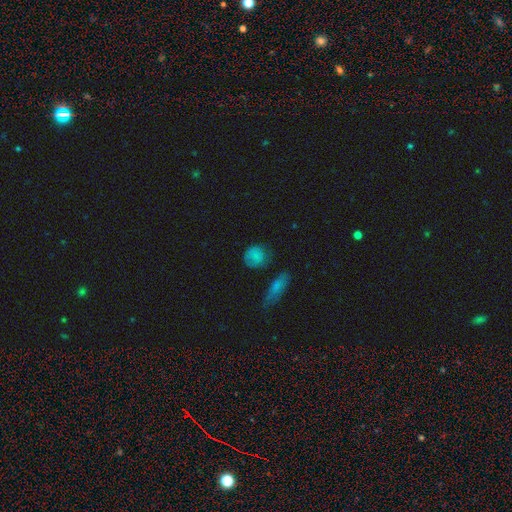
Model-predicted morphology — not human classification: The model was most divided on "merging": none: 64%, minor disturbance: 23%, major disturbance: 8%, merger: 5%. More confident: smooth or featured — smooth (77%); how rounded — round (75%).